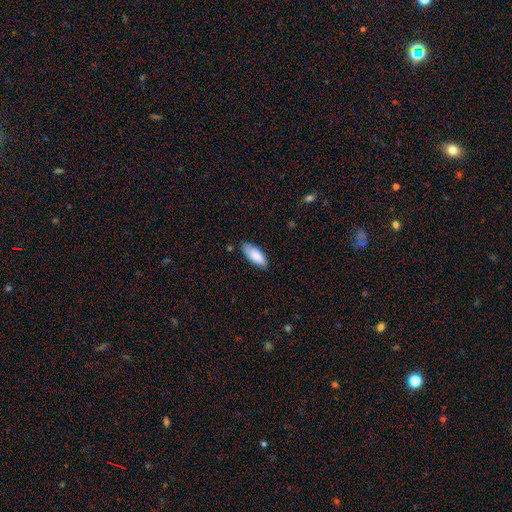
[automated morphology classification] Smooth or featured? Predicted: smooth (p=0.80). How rounded? Predicted: in between (p=0.82). Merging? Predicted: none (p=0.78).